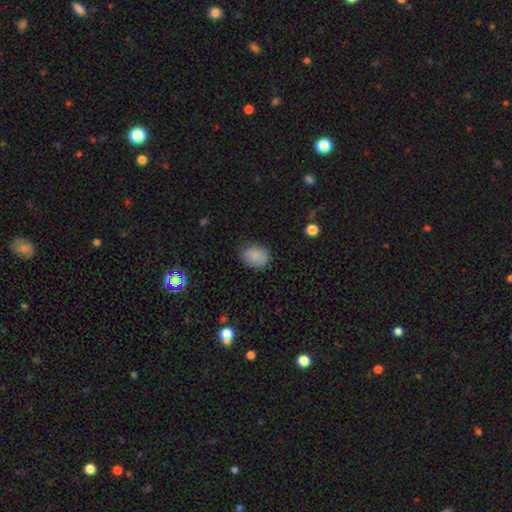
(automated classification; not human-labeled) Morphology: type=smooth (86%); roundness=in between (59%); merging=none (83%).